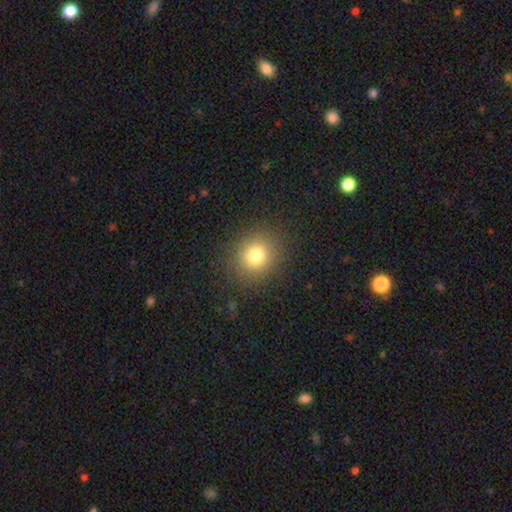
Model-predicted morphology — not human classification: type=smooth (76%); roundness=round (83%); merging=none (87%).